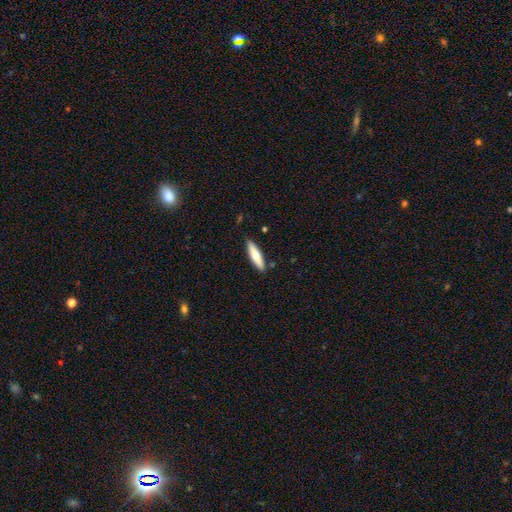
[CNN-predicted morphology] Smooth or featured? Predicted: smooth (p=0.63). How rounded? Predicted: cigar-shaped (p=0.73). Merging? Predicted: none (p=0.88).